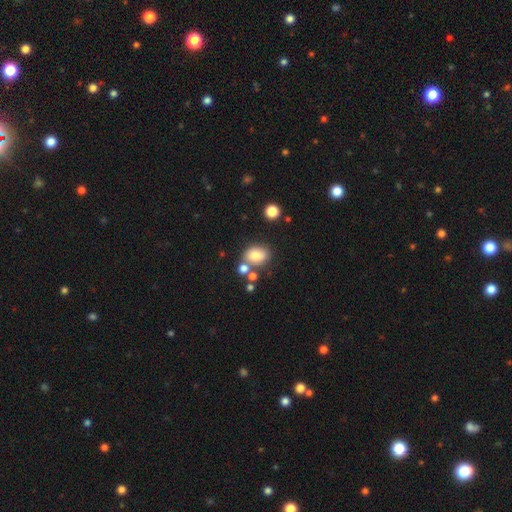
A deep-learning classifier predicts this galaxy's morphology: smooth-or-featured: smooth: 77% | featured or disk: 12% | star or artifact: 11%
  how-rounded: in between: 63% | round: 35% | cigar-shaped: 1%
  merging: none: 60% | merger: 20% | minor disturbance: 15% | major disturbance: 5%